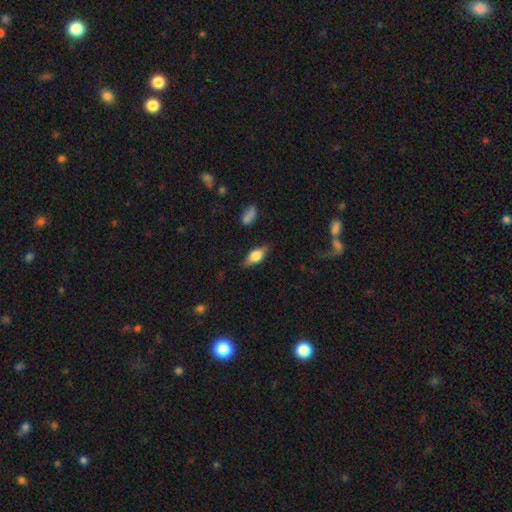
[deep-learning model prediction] Overall: smooth (55%; featured or disk 38%). How rounded: in between (75%). Merging: none (80%).